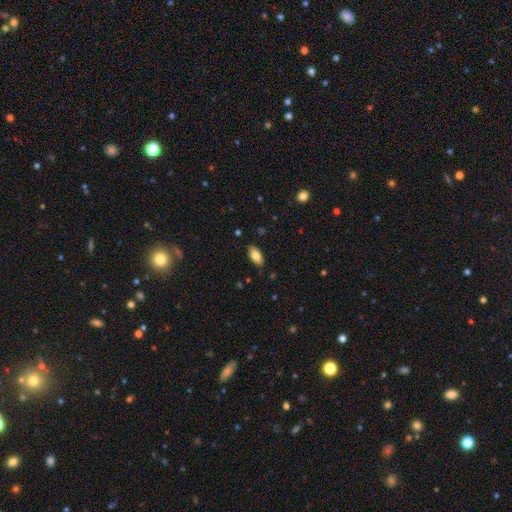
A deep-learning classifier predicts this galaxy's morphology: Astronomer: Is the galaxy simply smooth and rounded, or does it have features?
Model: smooth — 80%.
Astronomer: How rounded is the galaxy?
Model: in between — 90%.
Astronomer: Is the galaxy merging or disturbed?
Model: none — 85%.